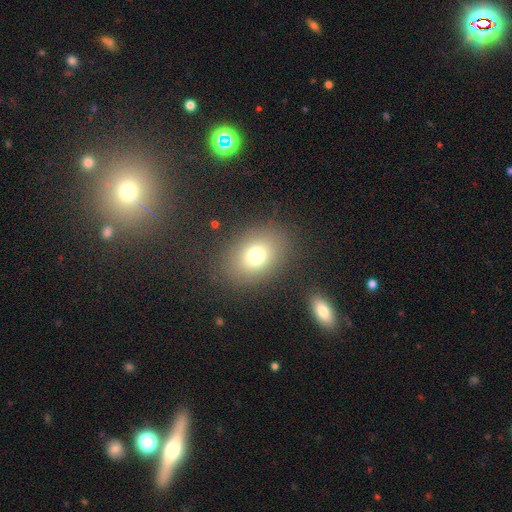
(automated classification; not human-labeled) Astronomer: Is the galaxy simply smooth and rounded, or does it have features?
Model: smooth — 74%.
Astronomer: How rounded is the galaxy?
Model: in between — 62%.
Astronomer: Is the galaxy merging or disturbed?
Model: none — 83%.